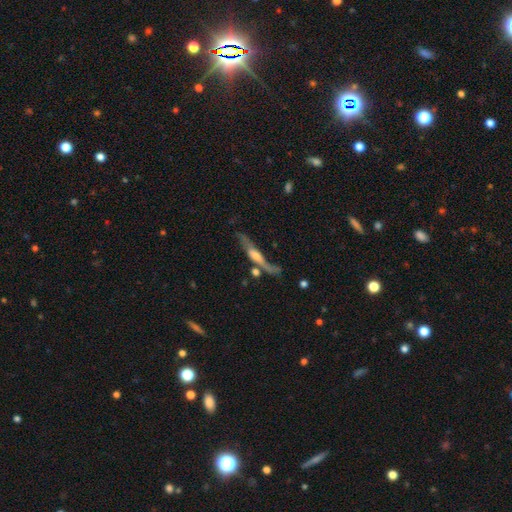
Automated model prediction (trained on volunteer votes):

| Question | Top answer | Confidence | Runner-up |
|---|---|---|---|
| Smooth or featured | featured or disk | 71% | smooth (21%) |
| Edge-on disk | yes | 78% | no (22%) |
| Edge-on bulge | rounded | 69% | boxy (17%) |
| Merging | none | 52% | minor disturbance (21%) |